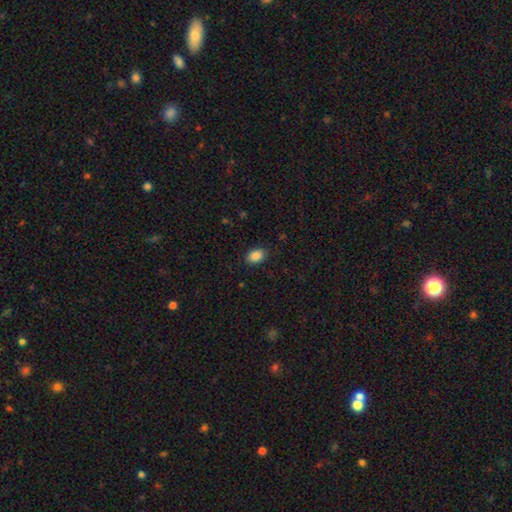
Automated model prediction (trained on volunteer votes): This is clearly a smooth galaxy (88%). How rounded: clearly in between (81%). Merging: clearly none (88%).